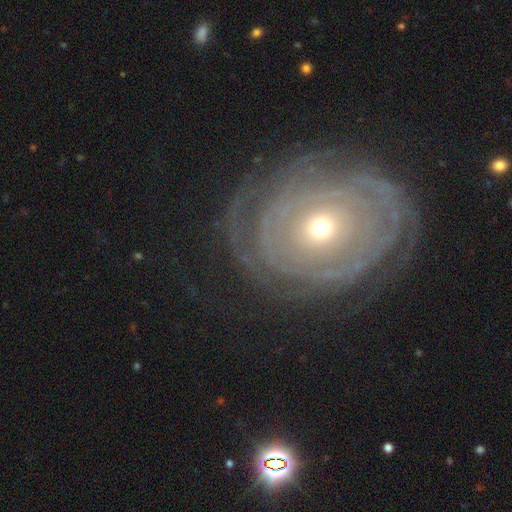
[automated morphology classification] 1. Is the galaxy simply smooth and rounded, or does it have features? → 82% featured or disk, 11% smooth, 7% star or artifact.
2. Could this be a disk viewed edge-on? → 96% no, 4% yes.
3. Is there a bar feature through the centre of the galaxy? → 82% no, 13% weak, 6% strong.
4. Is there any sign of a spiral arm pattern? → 84% yes, 16% no.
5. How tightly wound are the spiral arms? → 85% tight, 11% medium, 4% loose.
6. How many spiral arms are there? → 43% can't tell, 14% 2, 13% more than 4, 12% 3, 11% 4, 7% 1.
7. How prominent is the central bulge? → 52% small, 44% moderate, 2% large, 1% dominant, 1% none.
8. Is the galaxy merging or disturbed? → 78% none, 13% minor disturbance, 7% major disturbance, 2% merger.